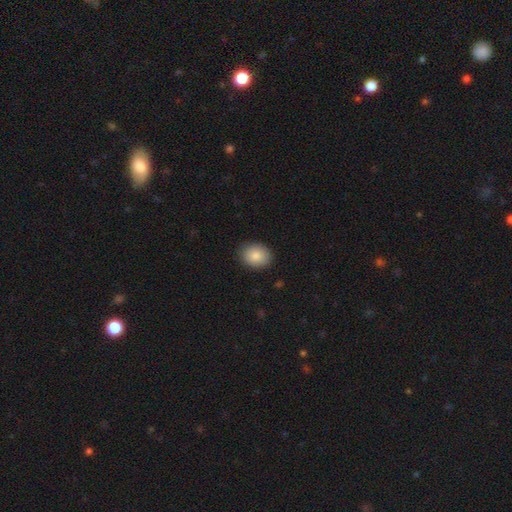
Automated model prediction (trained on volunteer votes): Smooth or featured? Predicted: smooth (p=0.86). How rounded? Predicted: in between (p=0.56). Merging? Predicted: none (p=0.88).